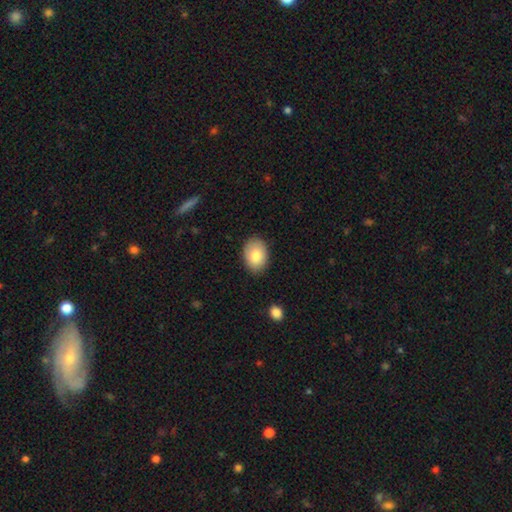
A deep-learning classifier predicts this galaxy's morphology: A smooth galaxy with no disk features (81%) that is in between round and cigar-shaped (80%). Merging: none (86%).